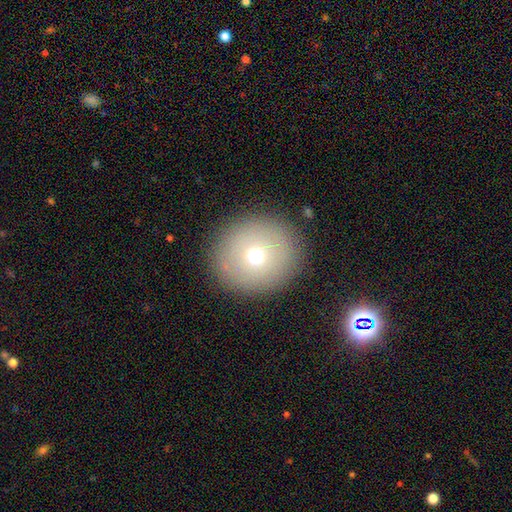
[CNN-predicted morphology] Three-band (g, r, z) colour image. It shows a smooth galaxy with no disk features (68%) that is round (90%). Merging: none (89%).